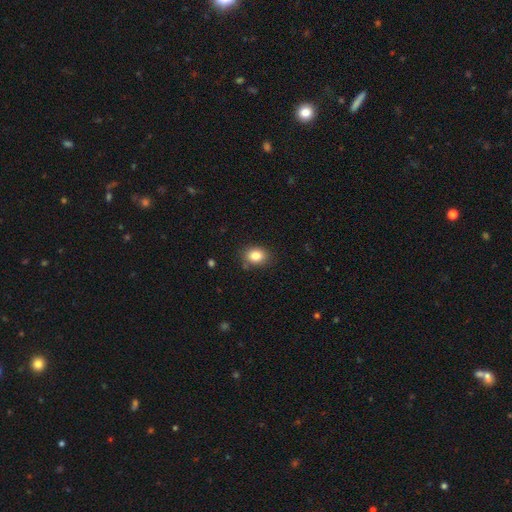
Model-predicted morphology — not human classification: A smooth galaxy with no disk features (84%) that is in between round and cigar-shaped (54%). Merging: none (83%).